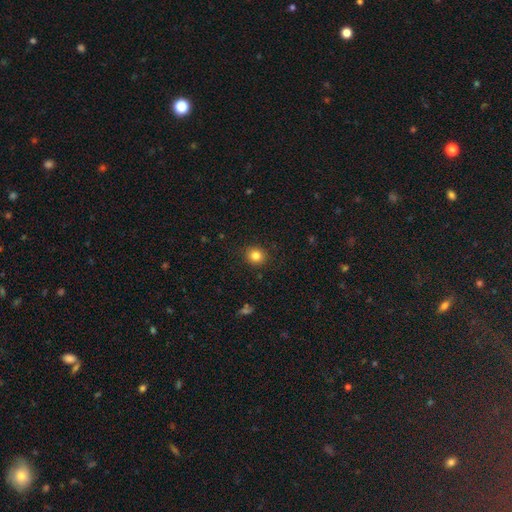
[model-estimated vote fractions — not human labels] smooth_or_featured: smooth (p=0.83) [alt: star or artifact p=0.11]
how_rounded: round (p=0.81) [alt: in between p=0.18]
merging: none (p=0.90) [alt: minor disturbance p=0.07]